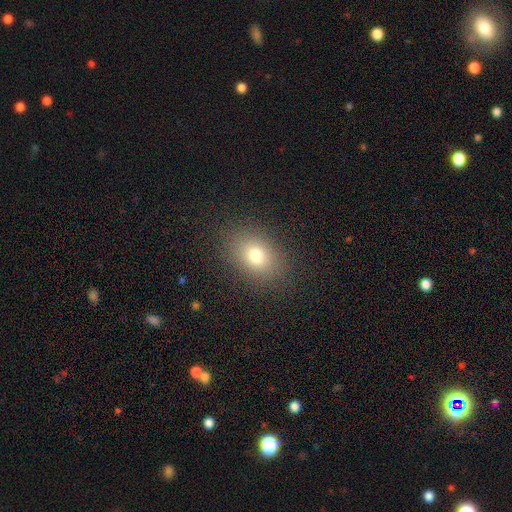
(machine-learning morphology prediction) type=smooth (76%); roundness=in between (66%); merging=none (86%).